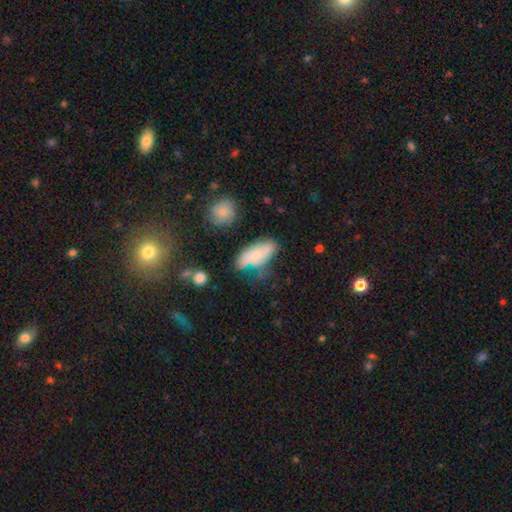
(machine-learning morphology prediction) Smooth or featured?
  - smooth: 66% *
  - featured or disk: 25%
  - star or artifact: 9%
How rounded?
  - in between: 85% *
  - cigar-shaped: 11%
  - round: 3%
Merging?
  - none: 45% *
  - minor disturbance: 31%
  - major disturbance: 14%
  - merger: 11%